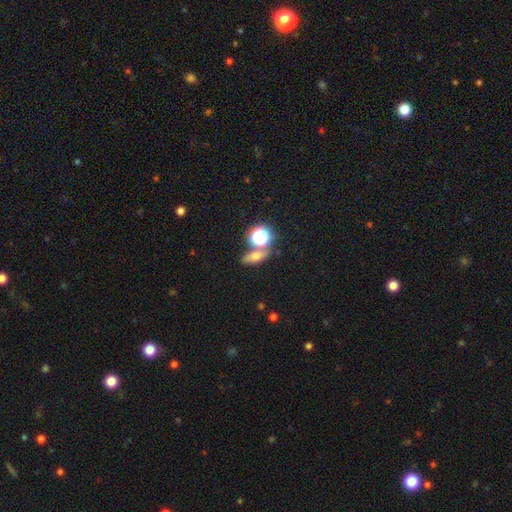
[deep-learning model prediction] Smooth or featured? Predicted: smooth (p=0.51). How rounded? Predicted: in between (p=0.49). Merging? Predicted: none (p=0.68).